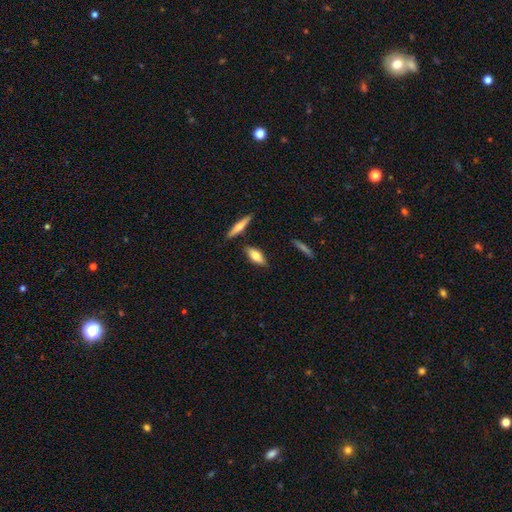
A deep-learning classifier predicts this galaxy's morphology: A smooth galaxy with no disk features (71%) that is in between round and cigar-shaped (70%). Merging: none (80%).